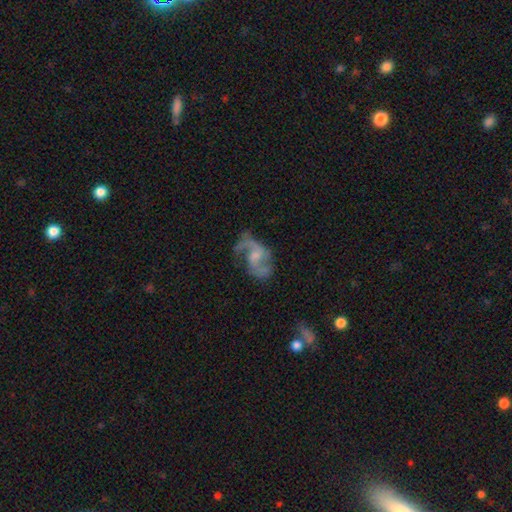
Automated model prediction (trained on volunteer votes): smooth-or-featured: featured or disk: 85% | smooth: 9% | star or artifact: 7%
  disk-edge-on: no: 98% | yes: 2%
    bar: no: 46% | weak: 45% | strong: 9%
    has-spiral-arms: yes: 94% | no: 6%
      spiral-winding: loose: 52% | medium: 39% | tight: 8%
      spiral-arm-count: 2: 87% | 1: 4% | can't tell: 4% | 3: 3% | 4: 1% | more than 4: 1%
    bulge-size: small: 42% | moderate: 33% | none: 20% | large: 4% | dominant: 1%
  merging: none: 58% | minor disturbance: 20% | major disturbance: 18% | merger: 3%